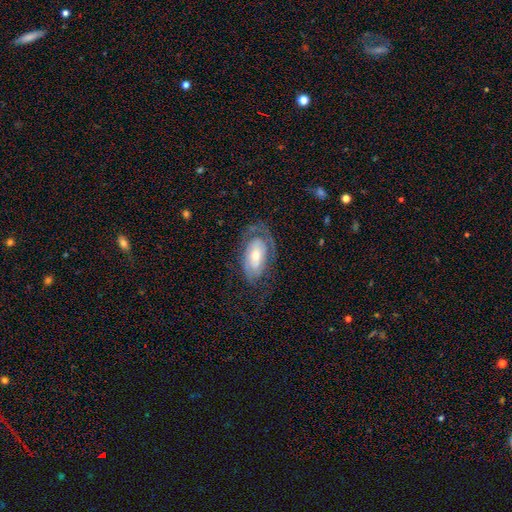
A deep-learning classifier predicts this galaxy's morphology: Smooth or featured? Predicted: featured or disk (p=0.67). Edge-on disk? Predicted: no (p=0.91). Bar? Predicted: no (p=0.64). Spiral arms? Predicted: yes (p=0.76). Bulge size? Predicted: moderate (p=0.53). Merging? Predicted: none (p=0.57).